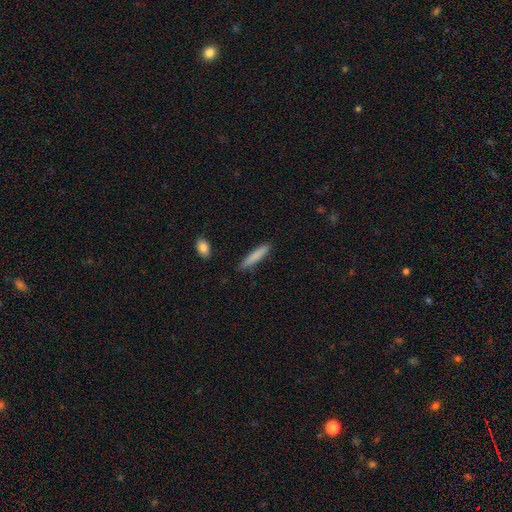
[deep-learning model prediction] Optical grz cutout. It shows a smooth galaxy with no disk features (82%) that is cigar-shaped (90%). Merging: none (86%).